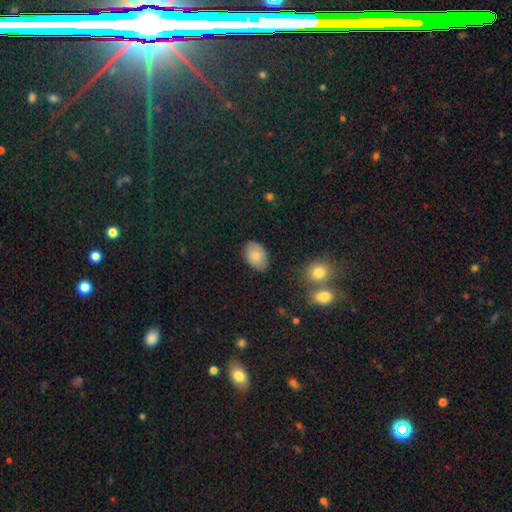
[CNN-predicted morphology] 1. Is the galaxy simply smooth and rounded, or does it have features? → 80% smooth, 12% featured or disk, 8% star or artifact.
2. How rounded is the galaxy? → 86% in between, 13% round, 1% cigar-shaped.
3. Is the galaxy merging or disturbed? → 82% none, 13% minor disturbance, 3% major disturbance, 2% merger.